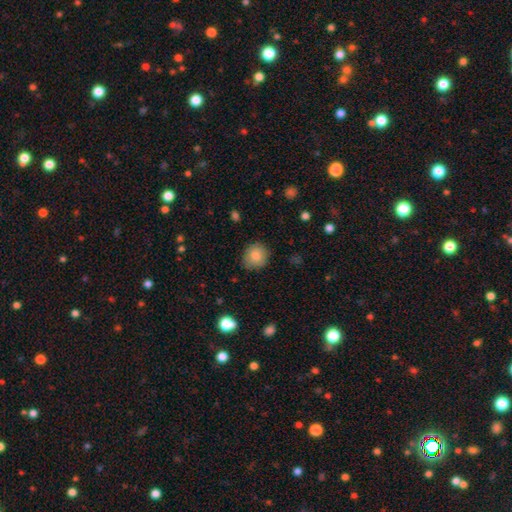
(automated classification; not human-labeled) This is clearly a smooth galaxy (83%). How rounded: clearly round (81%). Merging: clearly none (83%).